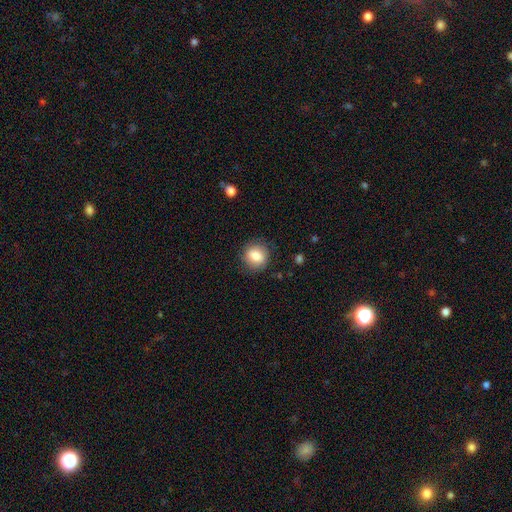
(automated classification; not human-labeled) A smooth galaxy with no disk features (83%) that is round (80%). Merging: none (84%).